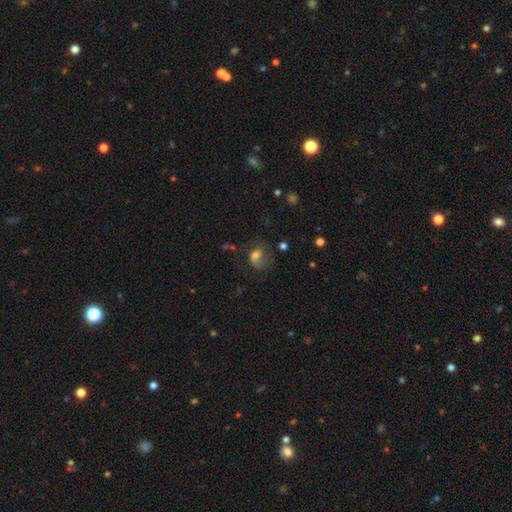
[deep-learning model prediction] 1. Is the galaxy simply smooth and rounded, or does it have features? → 52% smooth, 36% featured or disk, 12% star or artifact.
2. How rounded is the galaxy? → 52% in between, 47% round, 1% cigar-shaped.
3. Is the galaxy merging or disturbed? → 38% none, 35% major disturbance, 23% minor disturbance, 4% merger.